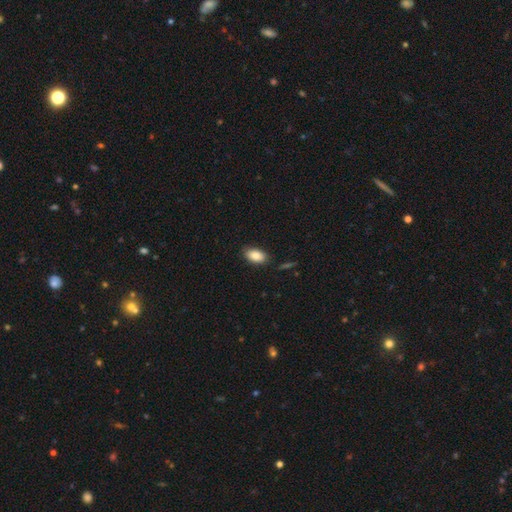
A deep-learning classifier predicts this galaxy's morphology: smooth 87%, star or artifact 7%, featured or disk 6%. Down the decision tree: how rounded — in between (93%); merging — none (86%).